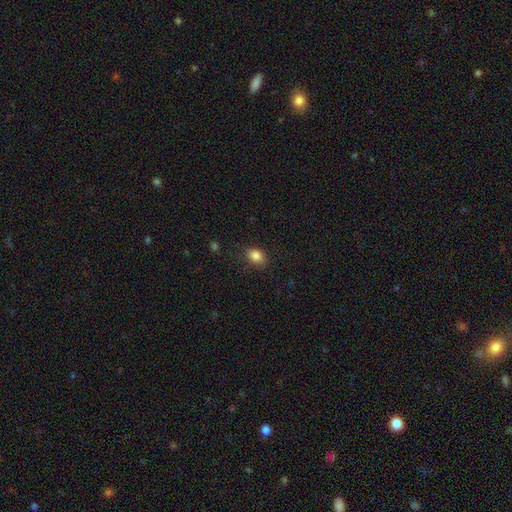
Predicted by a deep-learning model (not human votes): The model was most divided on "how rounded": in between: 64%, round: 35%, cigar-shaped: 1%. More confident: smooth or featured — smooth (85%); merging — none (83%).